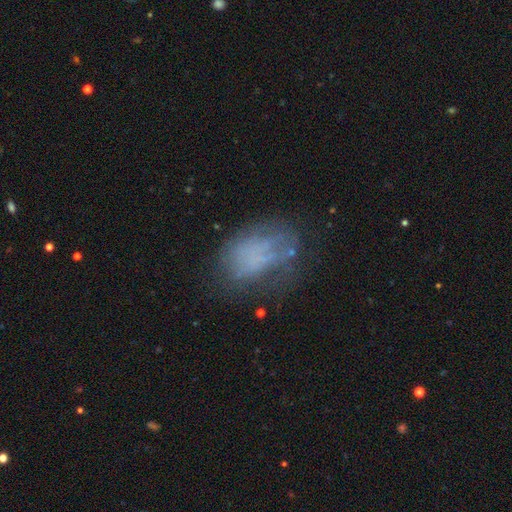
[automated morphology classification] Overall: smooth (48%; featured or disk 36%). Merging: none (47%; minor disturbance 25%).